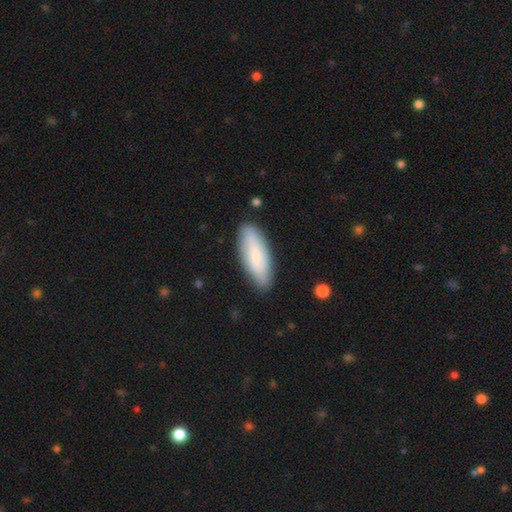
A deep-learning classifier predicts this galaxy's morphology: Smooth or featured: smooth — 74% (featured or disk — 20%)
How rounded: in between — 65% (cigar-shaped — 34%)
Merging: none — 84% (minor disturbance — 12%)